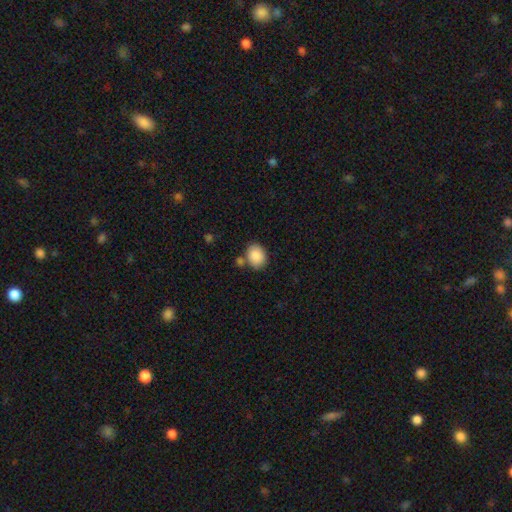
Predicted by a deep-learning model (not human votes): This is clearly a smooth galaxy (89%). How rounded: likely in between (60%). Merging: likely none (69%).